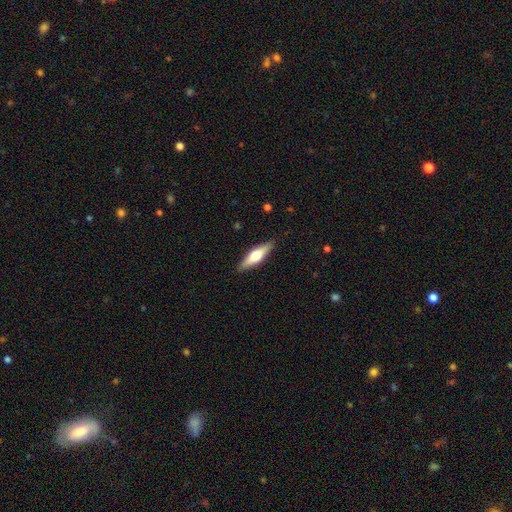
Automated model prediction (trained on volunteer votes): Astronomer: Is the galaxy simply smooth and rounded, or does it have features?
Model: smooth — 51% (runner-up: featured or disk, 44%).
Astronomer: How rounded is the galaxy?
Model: cigar-shaped — 61% (runner-up: in between, 37%).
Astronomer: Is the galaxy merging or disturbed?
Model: none — 88%.